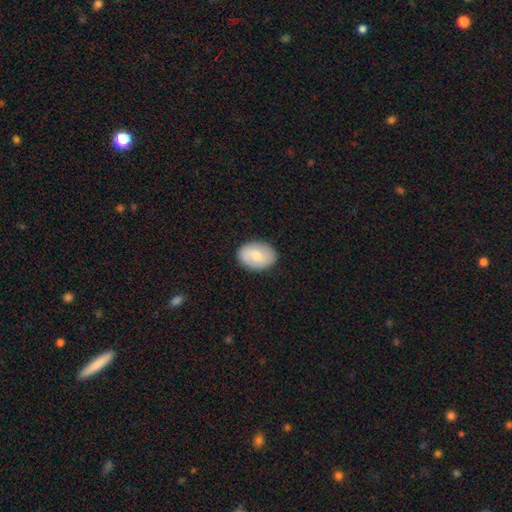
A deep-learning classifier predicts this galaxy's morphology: Smooth or featured? Predicted: smooth (p=0.74). How rounded? Predicted: in between (p=0.79). Merging? Predicted: none (p=0.87).